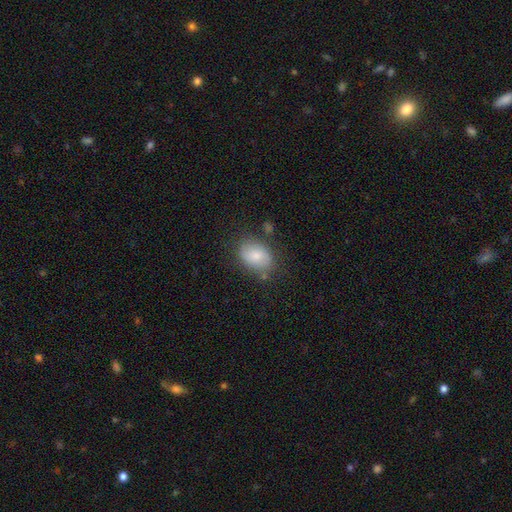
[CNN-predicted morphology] type=smooth (74%); roundness=in between (78%); merging=none (71%).